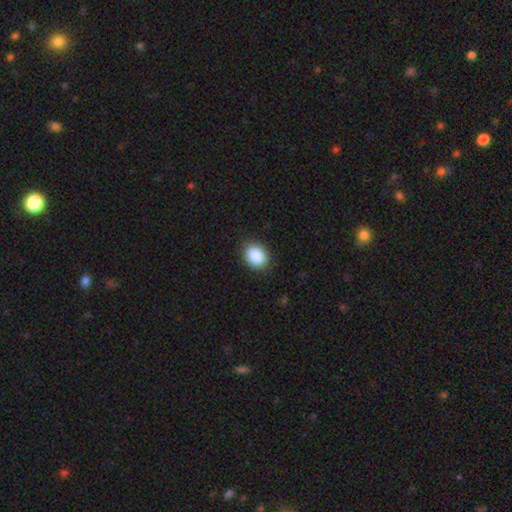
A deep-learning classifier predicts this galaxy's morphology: The model was most divided on "how rounded": in between: 60%, round: 39%, cigar-shaped: 1%. More confident: smooth or featured — smooth (90%); merging — none (88%).